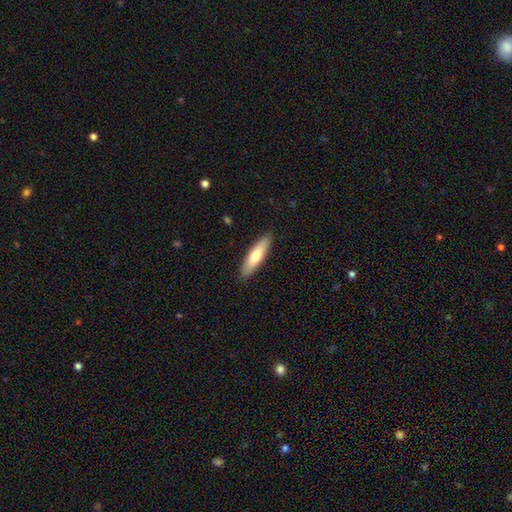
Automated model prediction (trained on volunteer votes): Q: Smooth or featured?
A: smooth (70%); runner-up: featured or disk (25%)
Q: How rounded?
A: cigar-shaped (64%); runner-up: in between (35%)
Q: Merging?
A: none (89%); runner-up: minor disturbance (9%)